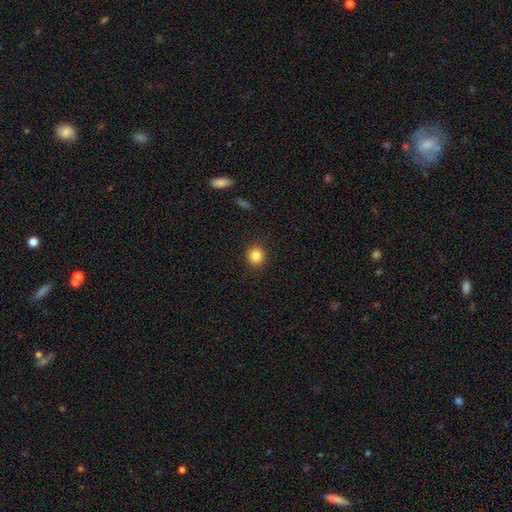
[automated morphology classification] This is clearly a smooth galaxy (85%). How rounded: clearly round (88%). Merging: clearly none (91%).